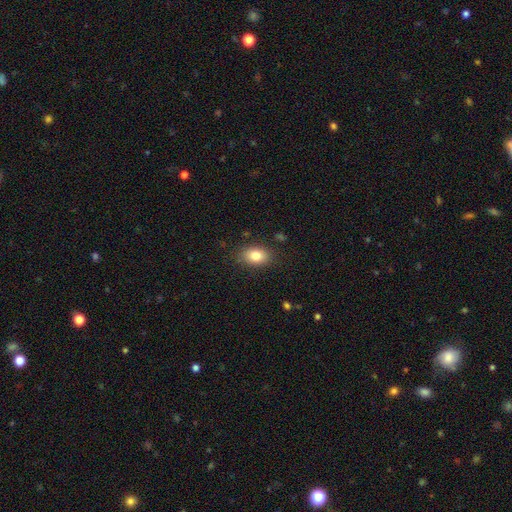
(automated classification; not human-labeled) smooth 82%, featured or disk 9%, star or artifact 9%. Down the decision tree: how rounded — in between (81%); merging — none (84%).